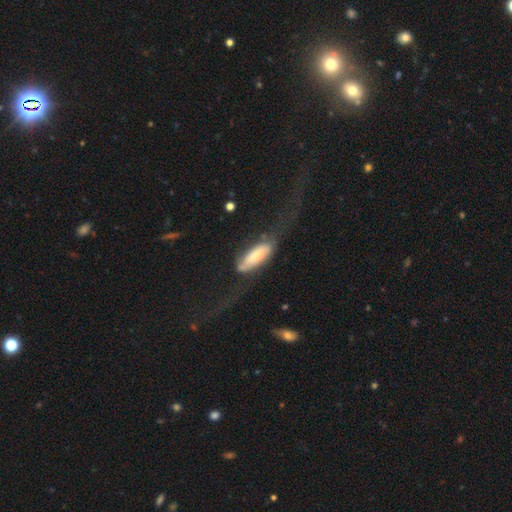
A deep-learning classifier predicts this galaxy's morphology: A smooth galaxy with no disk features (53%) that is in between round and cigar-shaped (69%). Merging: none (43%).